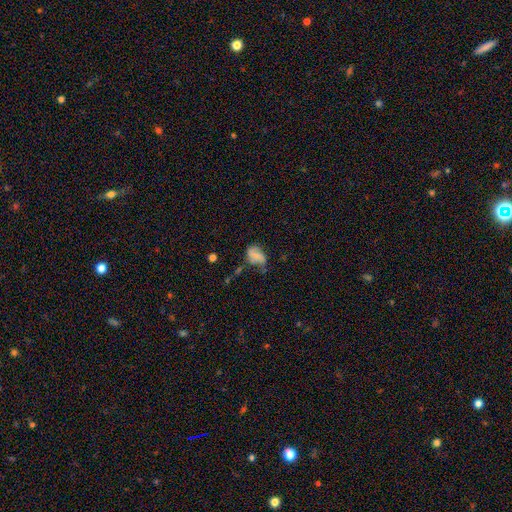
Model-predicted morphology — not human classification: smooth_or_featured: smooth (p=0.57) [alt: featured or disk p=0.32]
how_rounded: in between (p=0.81) [alt: round p=0.16]
merging: none (p=0.41) [alt: minor disturbance p=0.32]